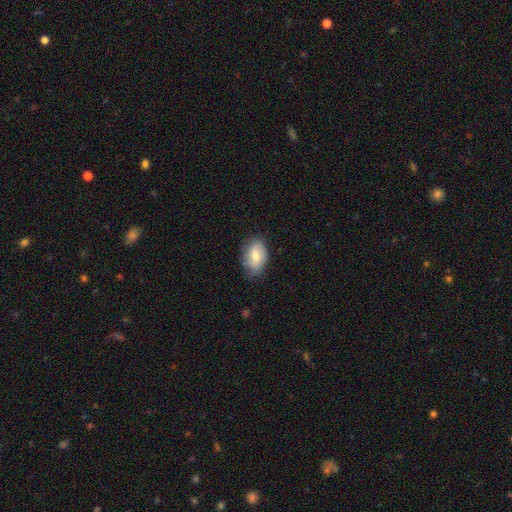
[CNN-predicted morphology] Smooth or featured? Predicted: smooth (p=0.74). How rounded? Predicted: in between (p=0.87). Merging? Predicted: none (p=0.69).